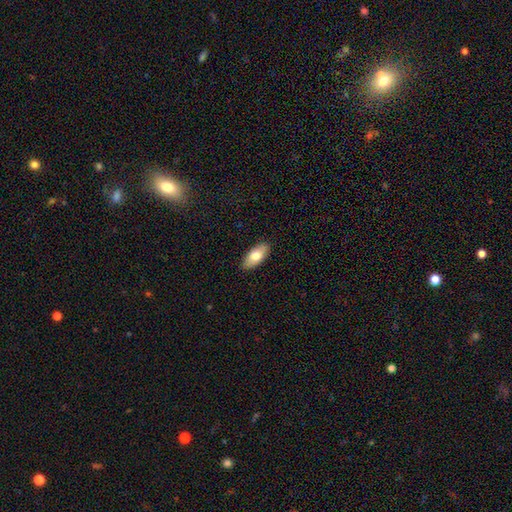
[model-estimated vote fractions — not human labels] Overall: smooth (74%). How rounded: in between (88%). Merging: none (89%).